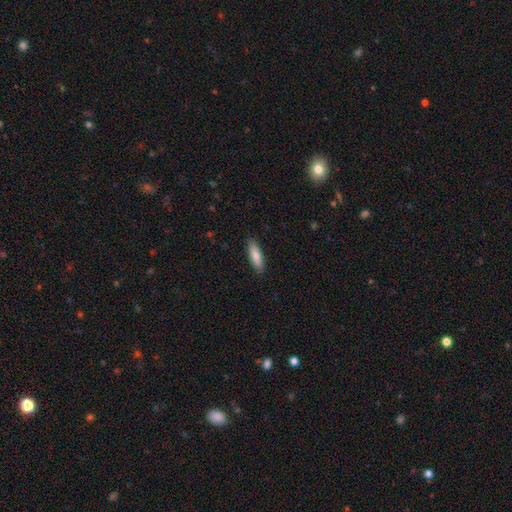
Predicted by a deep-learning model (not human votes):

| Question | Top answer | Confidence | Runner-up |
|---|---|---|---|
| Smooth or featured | smooth | 80% | featured or disk (14%) |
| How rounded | cigar-shaped | 51% | in between (47%) |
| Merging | none | 89% | minor disturbance (8%) |